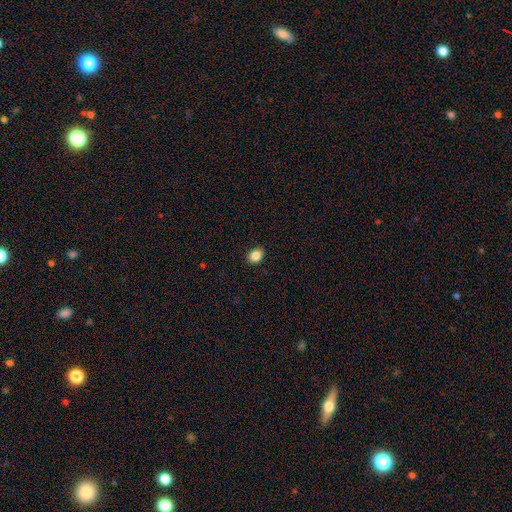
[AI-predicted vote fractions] This is clearly a smooth galaxy (86%). How rounded: possibly in between (52%). Merging: clearly none (90%).